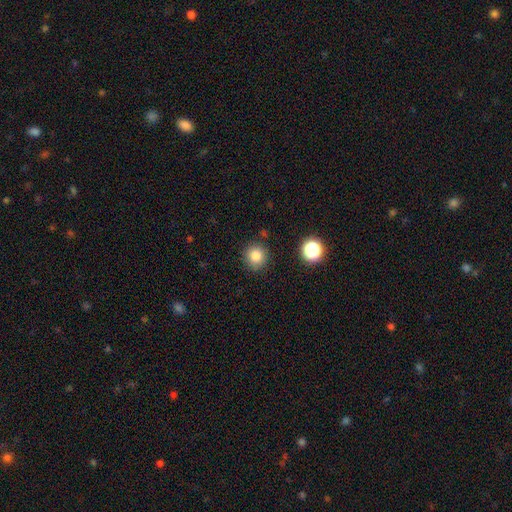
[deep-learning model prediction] This is clearly a smooth galaxy (83%). How rounded: clearly round (91%). Merging: clearly none (87%).